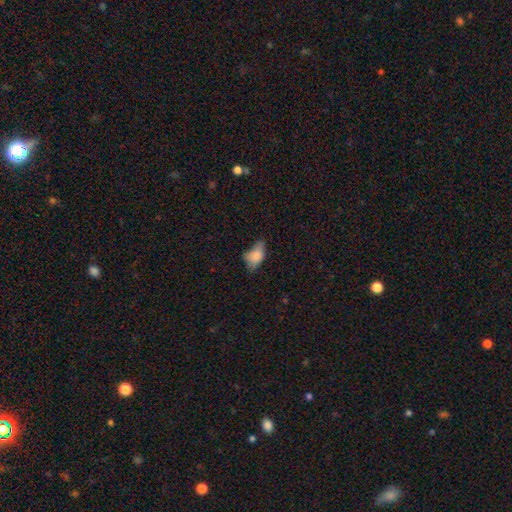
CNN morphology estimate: A smooth galaxy with no disk features (77%) that is in between round and cigar-shaped (88%).

Vote fractions:
- Smooth or featured? smooth: 77% / featured or disk: 14% / star or artifact: 9%
- How rounded? in between: 88% / round: 8% / cigar-shaped: 4%
- Merging? minor disturbance: 42% / none: 36% / major disturbance: 18% / merger: 4%